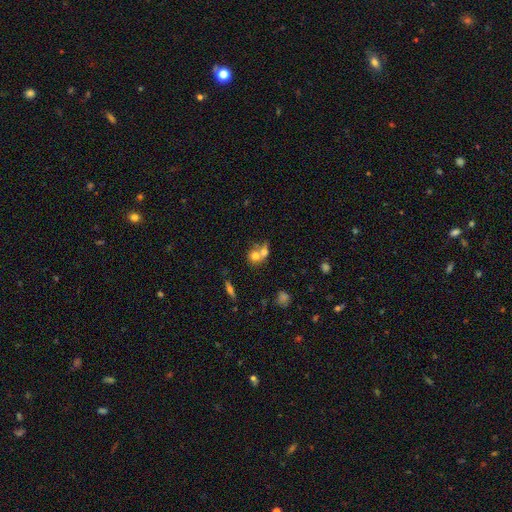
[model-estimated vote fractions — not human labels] smooth-or-featured: smooth: 68% | featured or disk: 21% | star or artifact: 11%
  how-rounded: round: 71% | in between: 27% | cigar-shaped: 2%
  merging: merger: 62% | none: 27% | minor disturbance: 7% | major disturbance: 4%